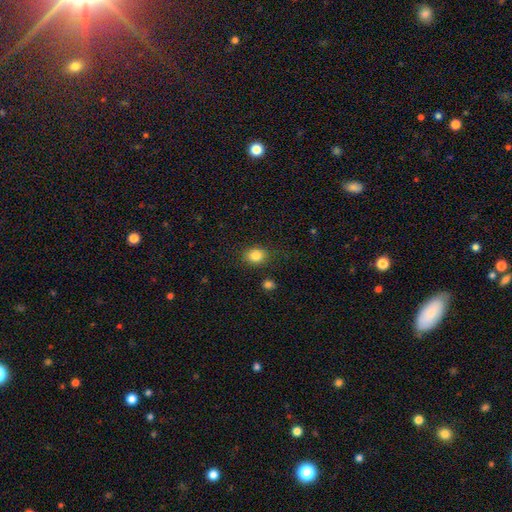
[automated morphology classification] Smooth or featured?
  - smooth: 84% *
  - star or artifact: 10%
  - featured or disk: 5%
How rounded?
  - round: 56% *
  - in between: 43%
  - cigar-shaped: 1%
Merging?
  - none: 84% *
  - minor disturbance: 10%
  - major disturbance: 3%
  - merger: 3%